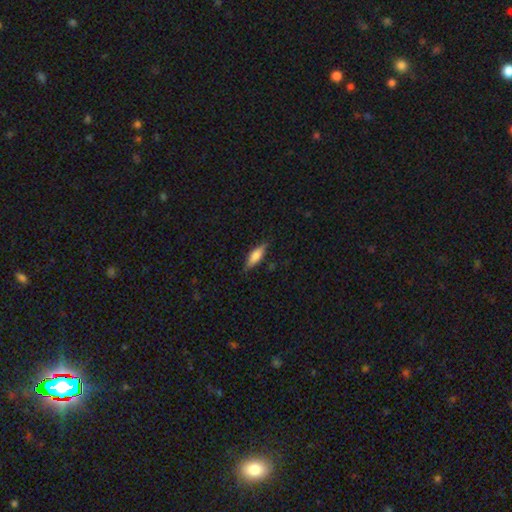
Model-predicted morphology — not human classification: The model was most divided on "how rounded": cigar-shaped: 50%, in between: 47%, round: 2%. More confident: merging — none (82%); smooth or featured — smooth (64%).